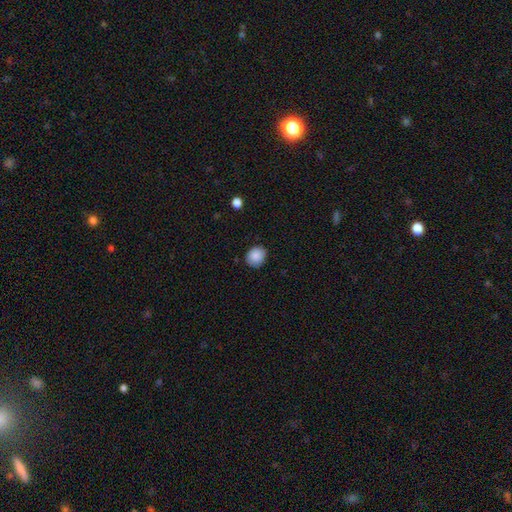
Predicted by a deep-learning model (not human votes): smooth_or_featured: smooth (p=0.88) [alt: star or artifact p=0.08]
how_rounded: round (p=0.71) [alt: in between p=0.28]
merging: none (p=0.85) [alt: minor disturbance p=0.11]